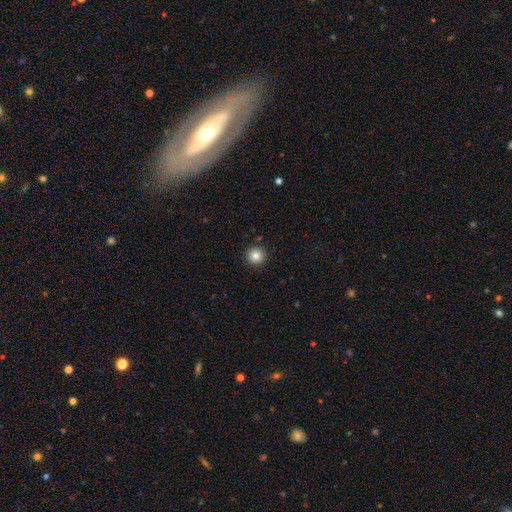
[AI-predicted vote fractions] smooth_or_featured: smooth (p=0.83) [alt: star or artifact p=0.11]
how_rounded: round (p=0.95) [alt: in between p=0.04]
merging: none (p=0.92) [alt: minor disturbance p=0.05]